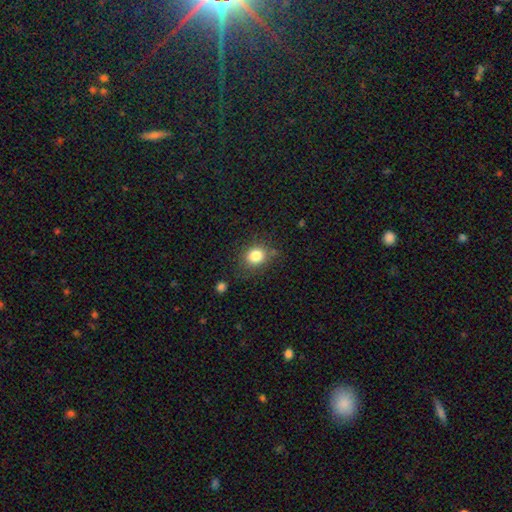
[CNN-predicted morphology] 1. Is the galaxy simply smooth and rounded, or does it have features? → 83% smooth, 11% star or artifact, 6% featured or disk.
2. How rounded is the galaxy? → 67% round, 32% in between, 1% cigar-shaped.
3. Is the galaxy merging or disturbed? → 78% none, 14% minor disturbance, 4% major disturbance, 3% merger.